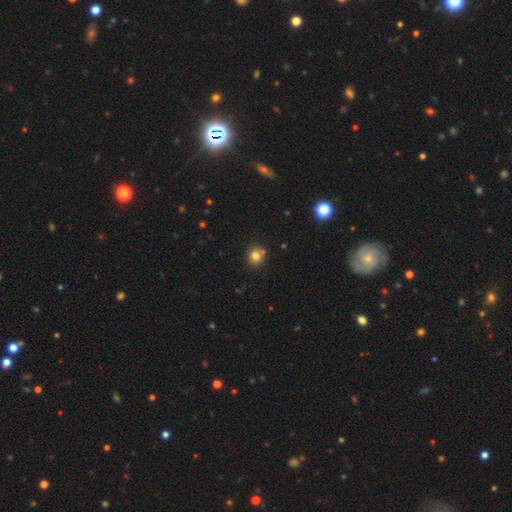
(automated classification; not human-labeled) A smooth galaxy with no disk features (79%) that is round (85%). Merging: none (76%).